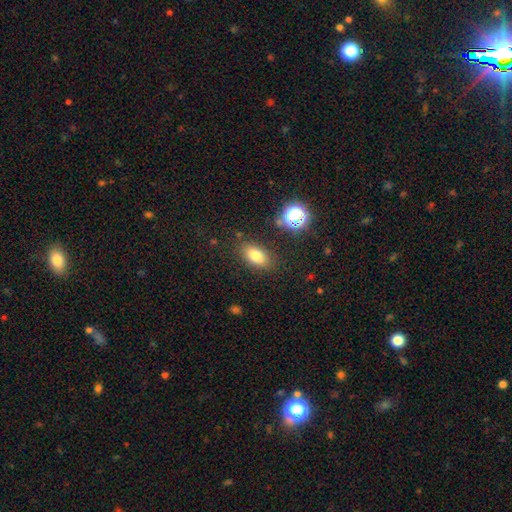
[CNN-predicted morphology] smooth_or_featured: smooth (p=0.78) [alt: star or artifact p=0.12]
how_rounded: in between (p=0.86) [alt: round p=0.10]
merging: none (p=0.83) [alt: minor disturbance p=0.11]